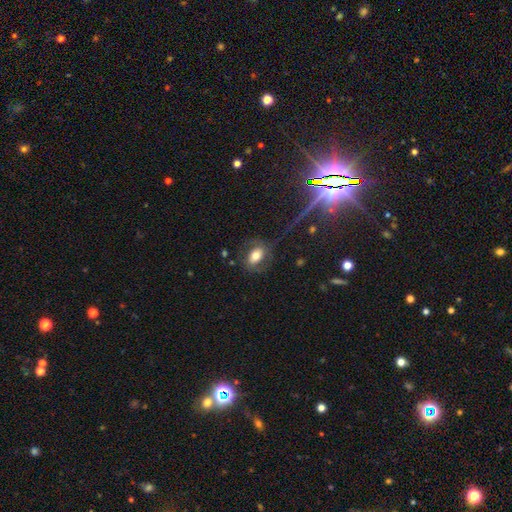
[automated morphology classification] A smooth galaxy with no disk features (58%) that is in between round and cigar-shaped (75%). Merging: none (67%).